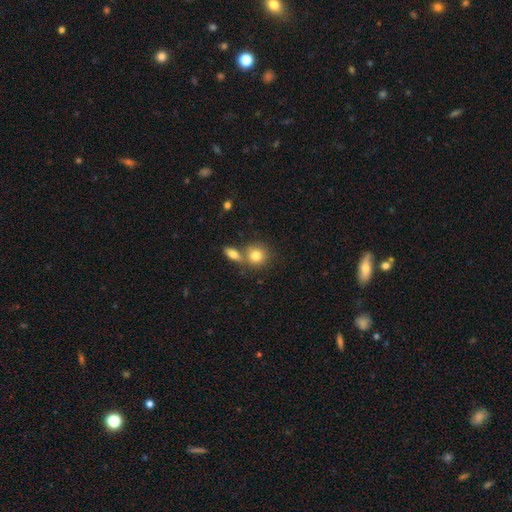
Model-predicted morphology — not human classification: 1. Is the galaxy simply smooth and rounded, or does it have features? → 80% smooth, 11% featured or disk, 9% star or artifact.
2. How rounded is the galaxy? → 81% round, 18% in between, 2% cigar-shaped.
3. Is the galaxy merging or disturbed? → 53% none, 35% merger, 9% minor disturbance, 3% major disturbance.